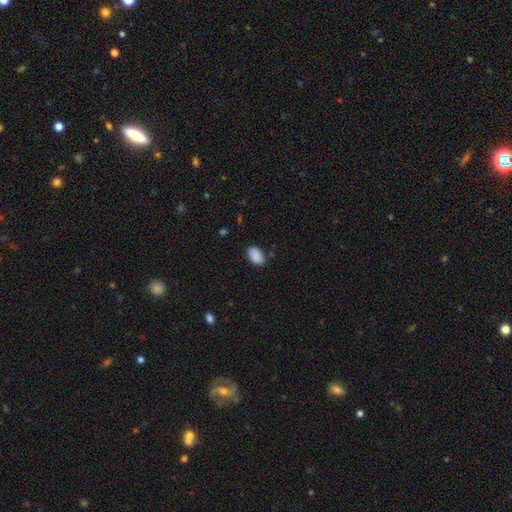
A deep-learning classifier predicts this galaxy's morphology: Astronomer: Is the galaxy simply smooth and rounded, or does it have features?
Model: smooth — 89%.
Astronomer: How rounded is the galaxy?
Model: in between — 91%.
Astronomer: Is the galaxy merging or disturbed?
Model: none — 78%.